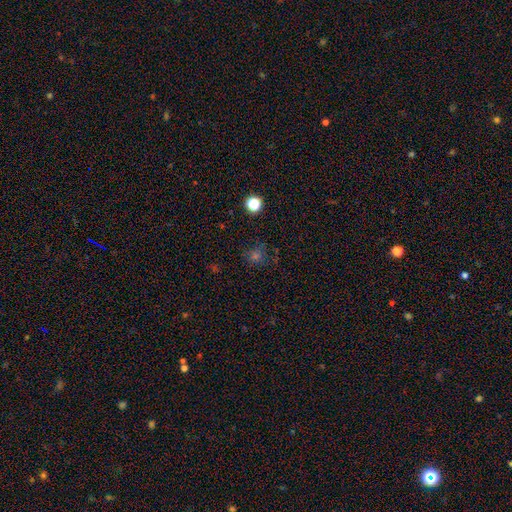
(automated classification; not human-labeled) This is possibly a smooth galaxy (55%). How rounded: clearly round (87%). Merging: likely none (77%).